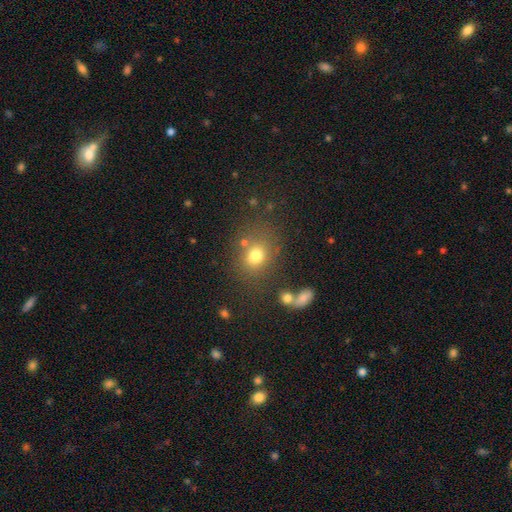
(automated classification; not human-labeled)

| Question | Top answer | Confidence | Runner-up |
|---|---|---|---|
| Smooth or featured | smooth | 75% | star or artifact (15%) |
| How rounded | round | 54% | in between (44%) |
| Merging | none | 70% | minor disturbance (14%) |